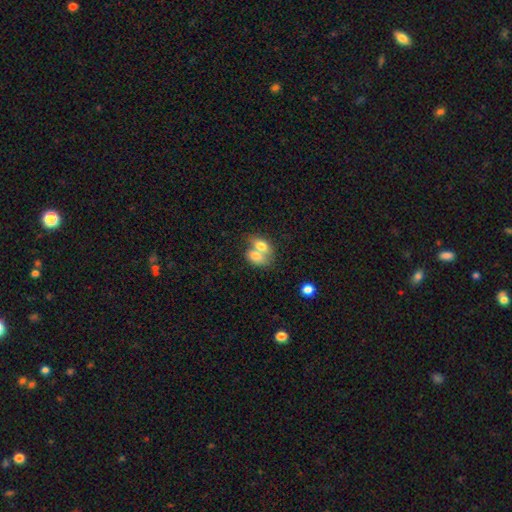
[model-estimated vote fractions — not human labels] Smooth or featured? Predicted: smooth (p=0.74). How rounded? Predicted: in between (p=0.80). Merging? Predicted: merger (p=0.75).